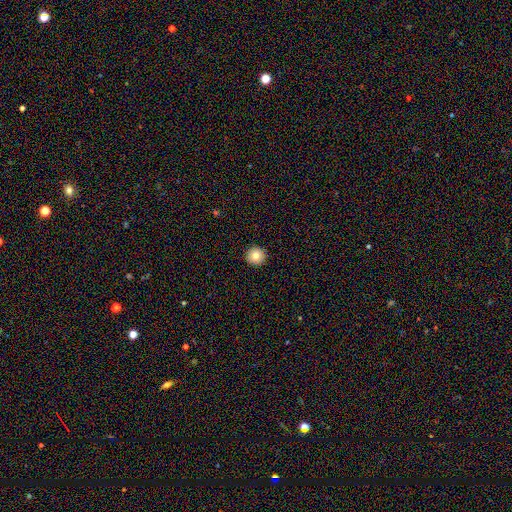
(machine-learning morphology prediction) type=smooth (83%); roundness=round (95%); merging=none (93%).